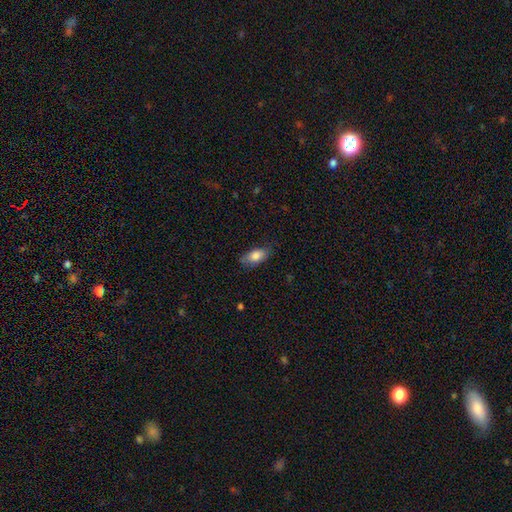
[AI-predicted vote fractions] The model was most divided on "merging": none: 76%, minor disturbance: 19%, major disturbance: 4%, merger: 1%. More confident: how rounded — in between (89%); smooth or featured — smooth (82%).